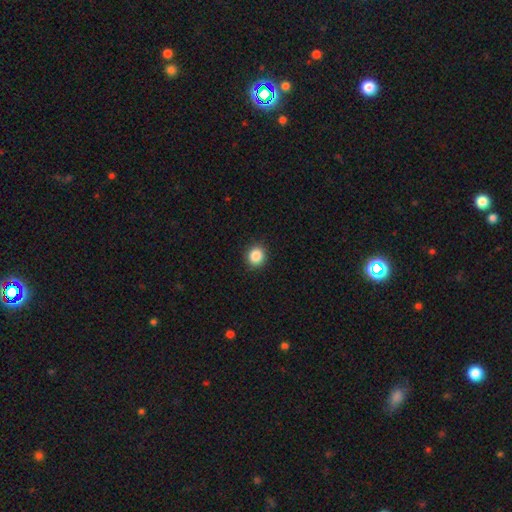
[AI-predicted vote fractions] smooth 87%, star or artifact 10%, featured or disk 3%. Down the decision tree: how rounded — round (87%); merging — none (90%).